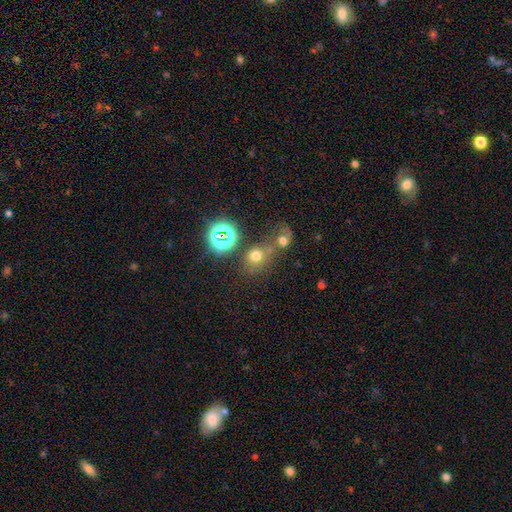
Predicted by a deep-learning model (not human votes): This is likely a smooth galaxy (63%). How rounded: likely round (73%). Merging: possibly none (50%).